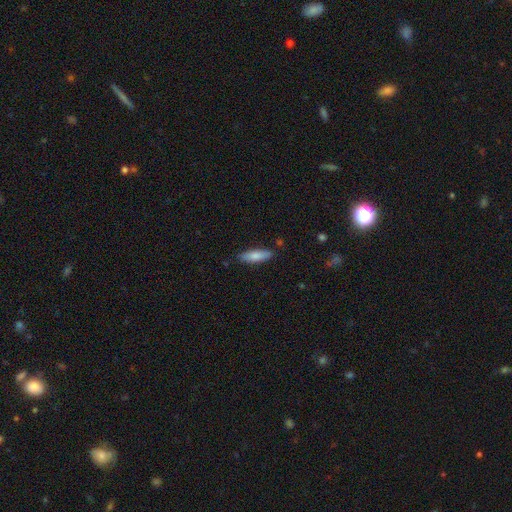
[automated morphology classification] Overall: smooth (79%). How rounded: cigar-shaped (56%; in between 42%). Merging: none (84%).